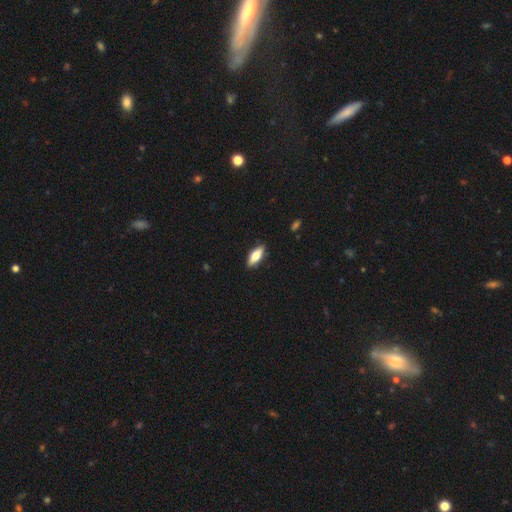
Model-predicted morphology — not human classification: This is likely a smooth galaxy (72%). How rounded: likely in between (70%). Merging: clearly none (86%).